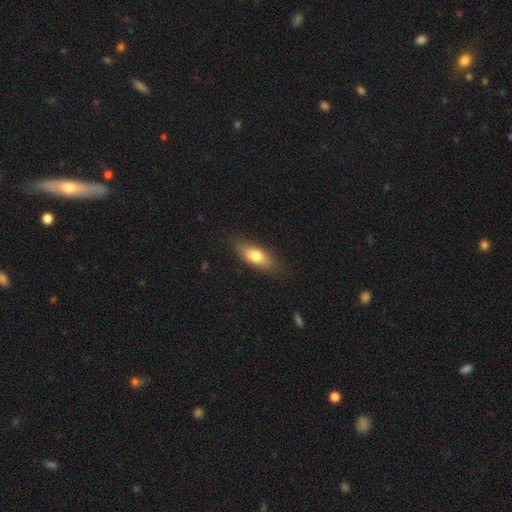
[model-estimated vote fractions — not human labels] smooth_or_featured: smooth (p=0.74) [alt: featured or disk p=0.19]
how_rounded: in between (p=0.75) [alt: cigar-shaped p=0.21]
merging: none (p=0.81) [alt: minor disturbance p=0.15]